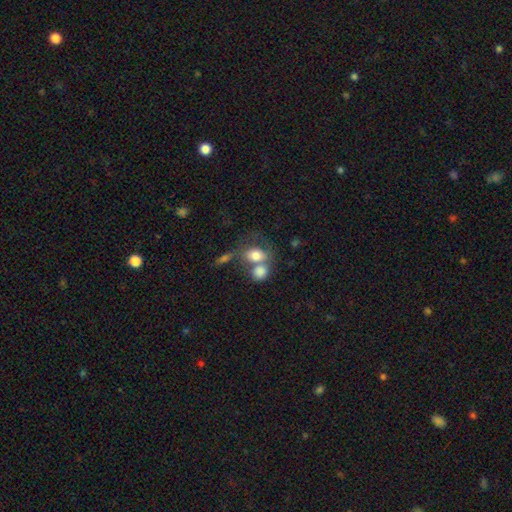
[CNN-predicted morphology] Q: Smooth or featured?
A: smooth (74%); runner-up: featured or disk (17%)
Q: How rounded?
A: in between (65%); runner-up: round (34%)
Q: Merging?
A: merger (54%); runner-up: none (26%)